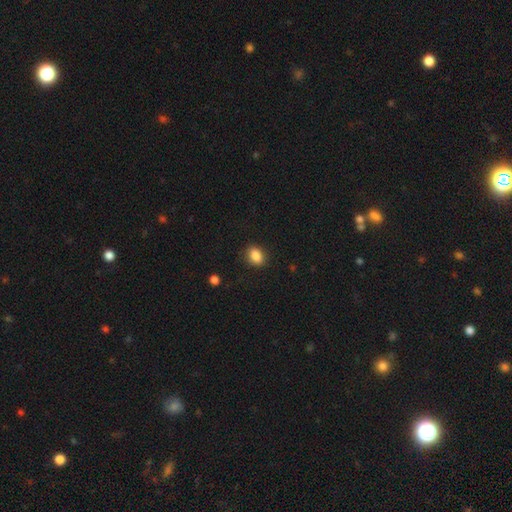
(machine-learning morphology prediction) Overall: smooth (87%). How rounded: in between (71%). Merging: none (86%).